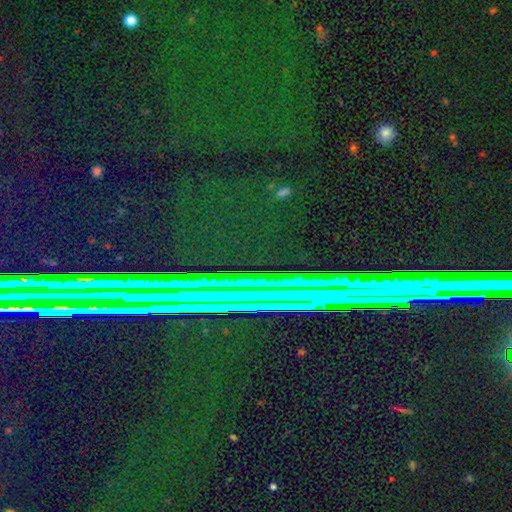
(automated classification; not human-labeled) Q: Smooth or featured?
A: star or artifact (80%); runner-up: smooth (10%)